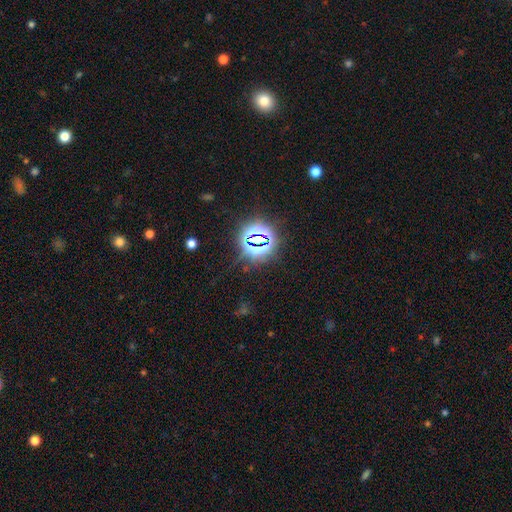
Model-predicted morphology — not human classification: Smooth or featured: star or artifact — 78% (smooth — 14%)